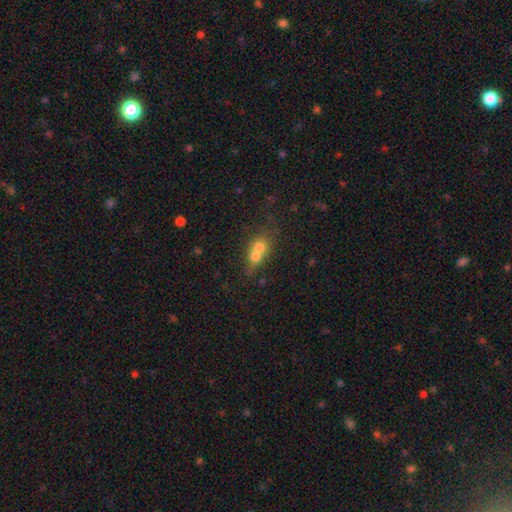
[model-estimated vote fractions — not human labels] Smooth or featured?
  - smooth: 67% *
  - featured or disk: 22%
  - star or artifact: 12%
How rounded?
  - round: 65% *
  - in between: 33%
  - cigar-shaped: 3%
Merging?
  - merger: 72% *
  - none: 20%
  - minor disturbance: 5%
  - major disturbance: 3%